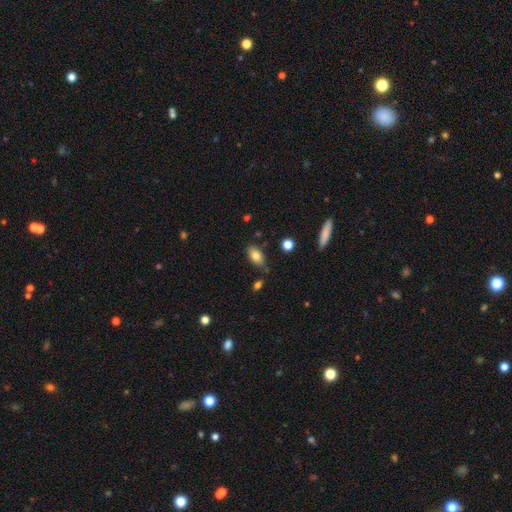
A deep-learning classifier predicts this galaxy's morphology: This appears to be a smooth galaxy with no disk features (81%) that is in between round and cigar-shaped (90%). Merging: none (75%).